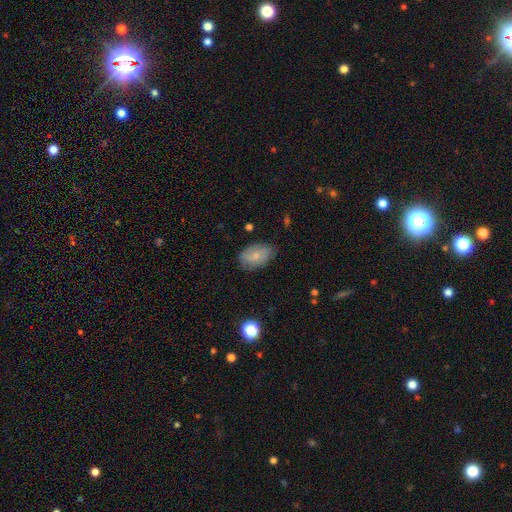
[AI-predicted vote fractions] This is likely a smooth galaxy (75%). How rounded: clearly in between (89%). Merging: likely none (76%).